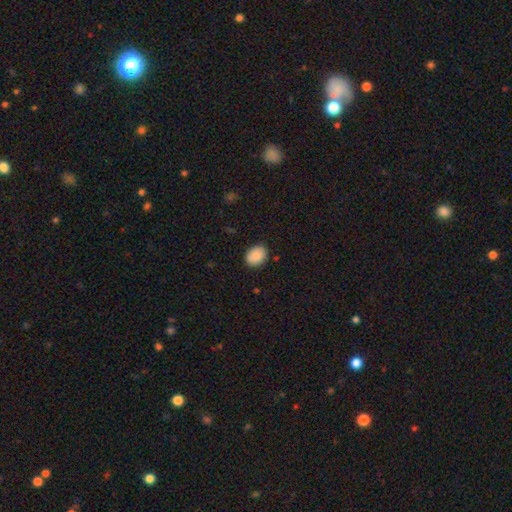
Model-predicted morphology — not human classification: smooth_or_featured: smooth (p=0.90) [alt: star or artifact p=0.07]
how_rounded: in between (p=0.59) [alt: round p=0.40]
merging: none (p=0.86) [alt: minor disturbance p=0.10]